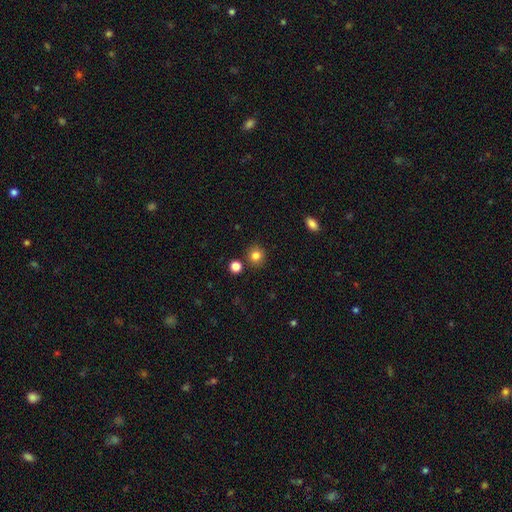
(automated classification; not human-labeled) This appears to be a smooth galaxy with no disk features (83%) that is round (89%). Merging: none (85%).